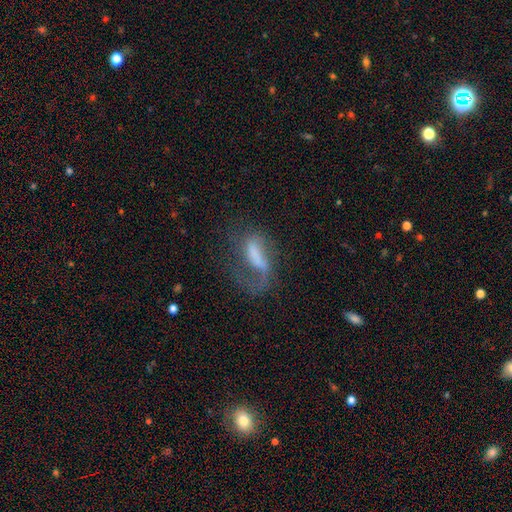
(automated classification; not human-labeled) A featured or disk galaxy (54%). Merging: major disturbance (46%).